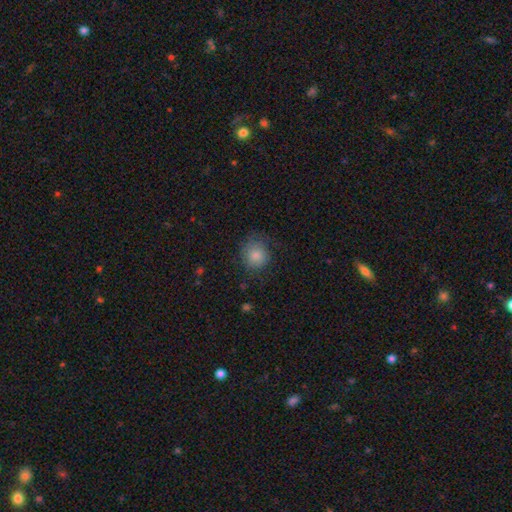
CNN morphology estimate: smooth 81%, star or artifact 10%, featured or disk 8%. Down the decision tree: how rounded — round (83%); merging — none (71%).